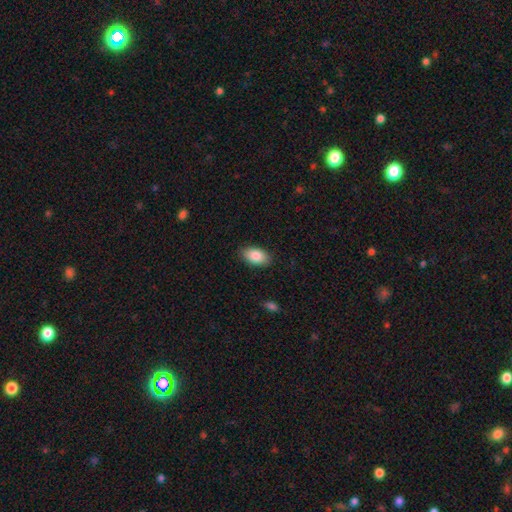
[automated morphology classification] smooth-or-featured: smooth: 86% | featured or disk: 7% | star or artifact: 7%
  how-rounded: in between: 93% | round: 5% | cigar-shaped: 2%
  merging: none: 87% | minor disturbance: 10% | major disturbance: 2% | merger: 1%